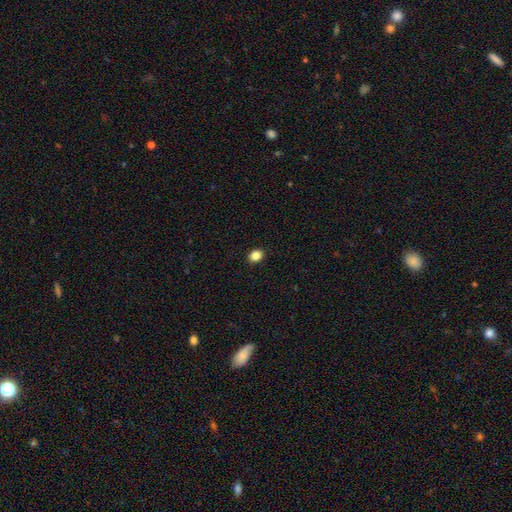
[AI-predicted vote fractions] Smooth or featured?
  - smooth: 86% *
  - star or artifact: 11%
  - featured or disk: 4%
How rounded?
  - round: 56% *
  - in between: 43%
  - cigar-shaped: 1%
Merging?
  - none: 92% *
  - minor disturbance: 6%
  - major disturbance: 2%
  - merger: 1%